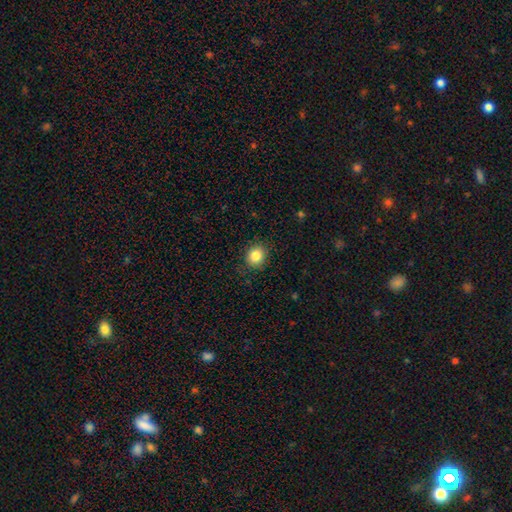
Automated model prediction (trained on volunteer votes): Morphology: type=smooth (85%); roundness=round (78%); merging=none (87%).